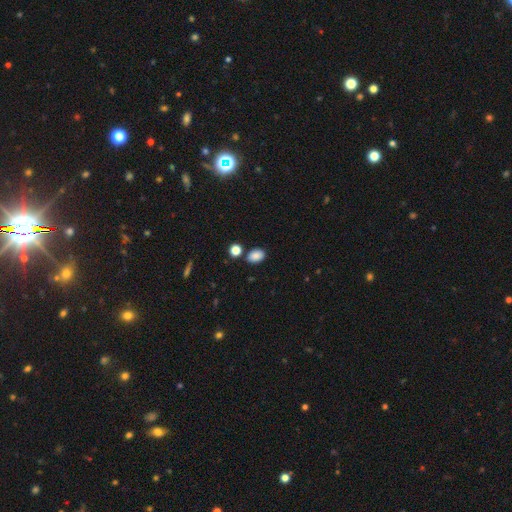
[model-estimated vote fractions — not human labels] A smooth galaxy with no disk features (85%) that is in between round and cigar-shaped (79%).

Vote fractions:
- Smooth or featured? smooth: 85% / star or artifact: 10% / featured or disk: 5%
- How rounded? in between: 79% / round: 20% / cigar-shaped: 1%
- Merging? none: 79% / minor disturbance: 11% / merger: 7% / major disturbance: 3%